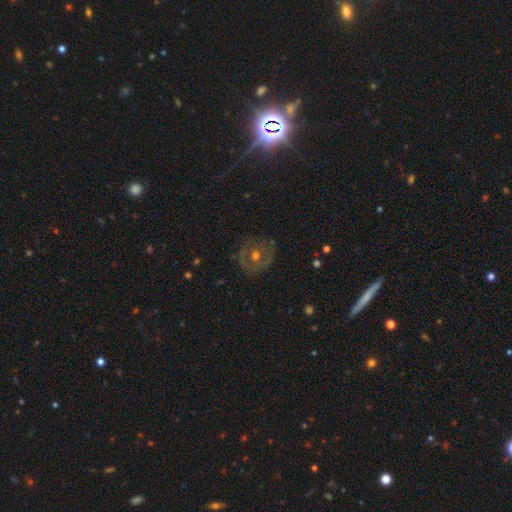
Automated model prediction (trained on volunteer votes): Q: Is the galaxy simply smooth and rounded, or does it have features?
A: featured or disk — 55%.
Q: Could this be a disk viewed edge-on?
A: no — 96%.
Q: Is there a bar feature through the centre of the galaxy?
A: no — 81%.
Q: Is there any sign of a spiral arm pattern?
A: no — 65%.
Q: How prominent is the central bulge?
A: moderate — 70%.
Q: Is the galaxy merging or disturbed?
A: none — 78%.